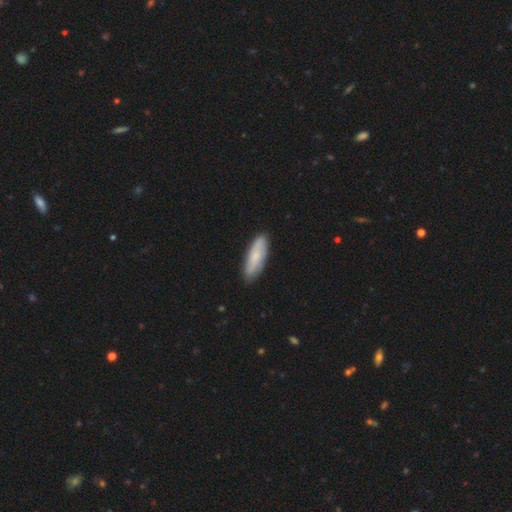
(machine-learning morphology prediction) A smooth galaxy with no disk features (69%) that is in between round and cigar-shaped (53%).

Vote fractions:
- Smooth or featured? smooth: 69% / featured or disk: 25% / star or artifact: 6%
- How rounded? in between: 53% / cigar-shaped: 45% / round: 2%
- Merging? none: 86% / minor disturbance: 11% / major disturbance: 2% / merger: 1%